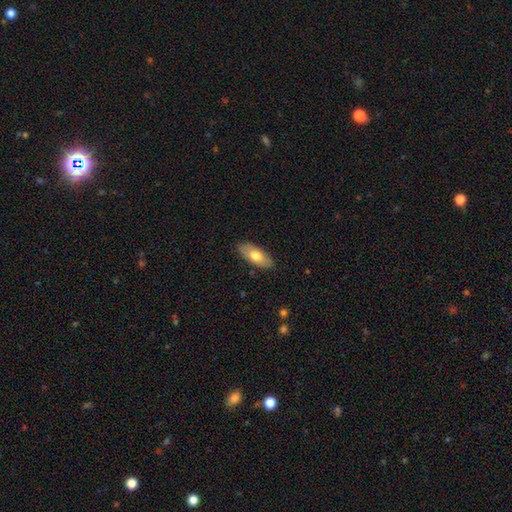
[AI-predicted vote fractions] Q: Smooth or featured?
A: smooth (69%); runner-up: featured or disk (25%)
Q: How rounded?
A: in between (85%); runner-up: cigar-shaped (13%)
Q: Merging?
A: none (86%); runner-up: minor disturbance (11%)